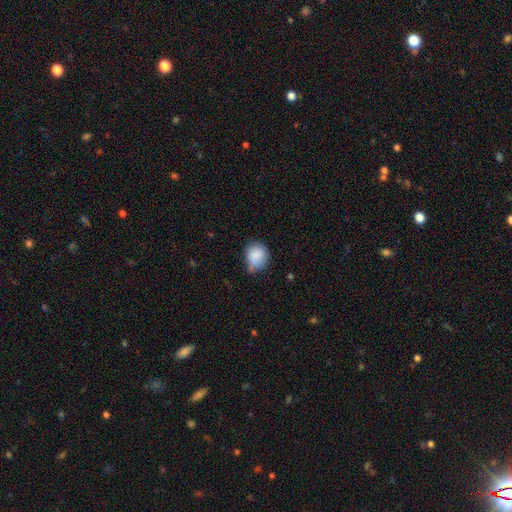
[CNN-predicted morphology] Smooth or featured?
  - smooth: 85% *
  - star or artifact: 8%
  - featured or disk: 7%
How rounded?
  - round: 65% *
  - in between: 34%
  - cigar-shaped: 1%
Merging?
  - none: 46% *
  - minor disturbance: 38%
  - major disturbance: 9%
  - merger: 6%